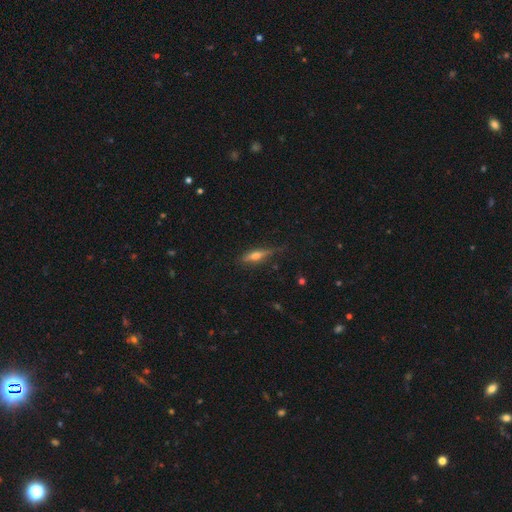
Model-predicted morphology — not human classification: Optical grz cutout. It shows a featured or disk galaxy (54%) viewed edge-on (93%) with a rounded central bulge (88%). Merging: none (73%).